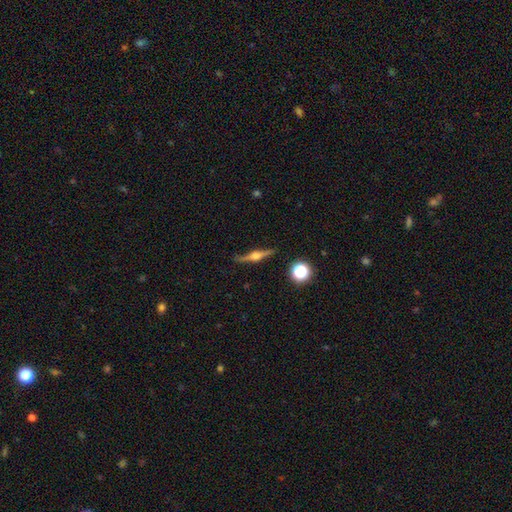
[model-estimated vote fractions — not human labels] This is likely a featured or disk galaxy (75%). It is clearly viewed edge-on (97%). Edge-on bulge: clearly rounded (93%). Merging: clearly none (85%).